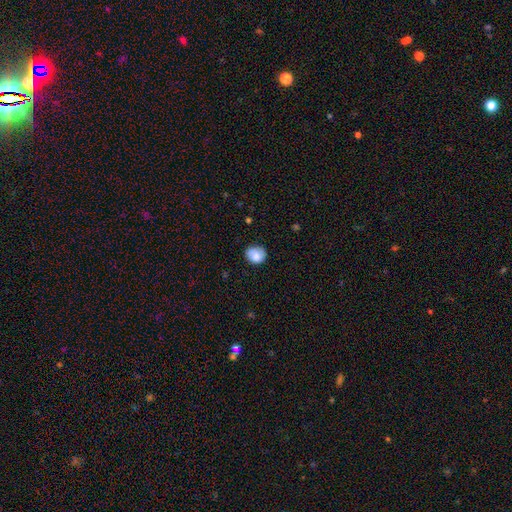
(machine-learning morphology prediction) Smooth or featured?
  - smooth: 77% *
  - featured or disk: 15%
  - star or artifact: 8%
How rounded?
  - round: 67% *
  - in between: 32%
  - cigar-shaped: 1%
Merging?
  - none: 70% *
  - minor disturbance: 23%
  - major disturbance: 6%
  - merger: 2%